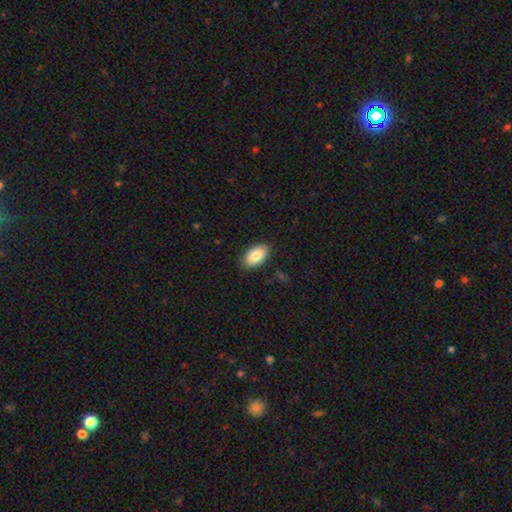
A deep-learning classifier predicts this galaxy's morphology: A smooth galaxy with no disk features (84%) that is in between round and cigar-shaped (94%).

Vote fractions:
- Smooth or featured? smooth: 84% / featured or disk: 10% / star or artifact: 6%
- How rounded? in between: 94% / round: 4% / cigar-shaped: 2%
- Merging? none: 87% / minor disturbance: 10% / major disturbance: 2% / merger: 1%